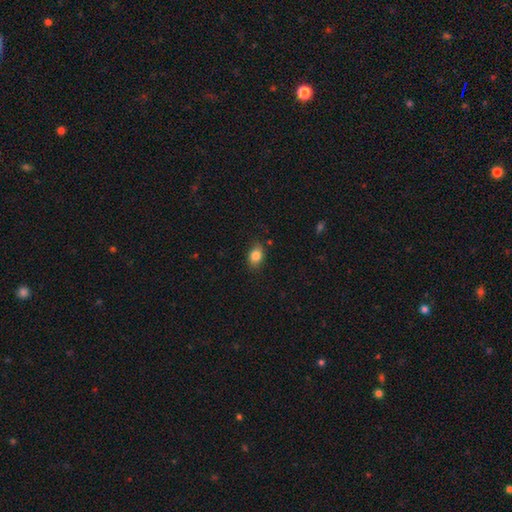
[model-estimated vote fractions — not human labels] Smooth or featured? smooth (84%)
How rounded? in between (75%)
Merging? none (81%)